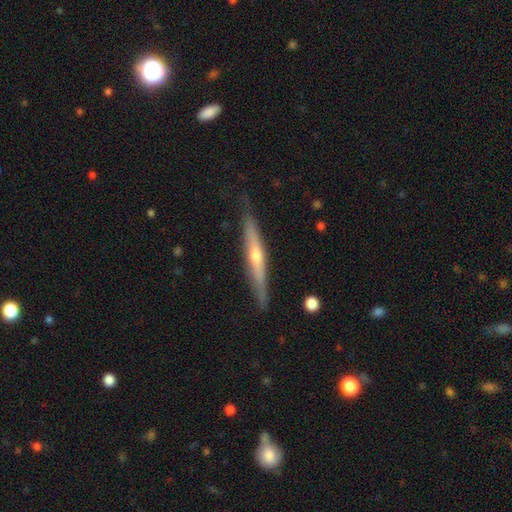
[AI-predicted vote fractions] Smooth or featured? Predicted: featured or disk (p=0.71). Edge-on disk? Predicted: yes (p=0.96). Edge-on bulge? Predicted: rounded (p=0.81). Merging? Predicted: none (p=0.86).